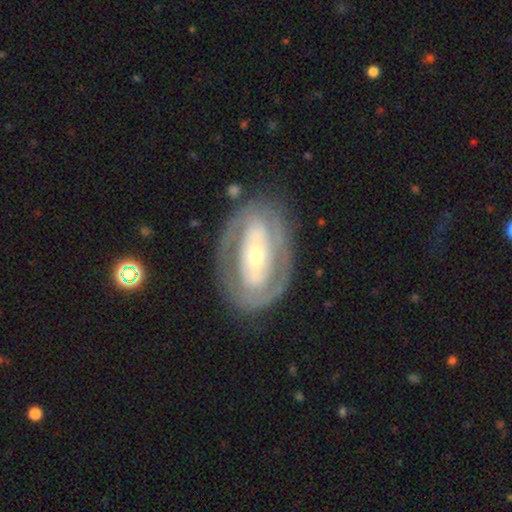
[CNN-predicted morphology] This appears to be a featured or disk galaxy (78%) with no bar (44%), spiral arms (62%) and a small central bulge (51%). Merging: none (77%).